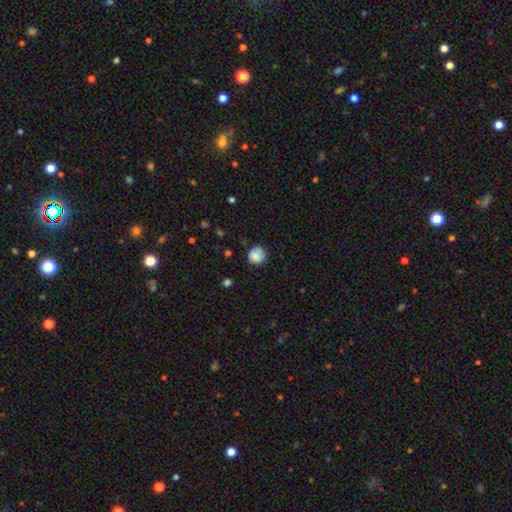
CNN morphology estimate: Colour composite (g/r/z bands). It shows a smooth galaxy with no disk features (81%) that is round (86%). Merging: none (71%).